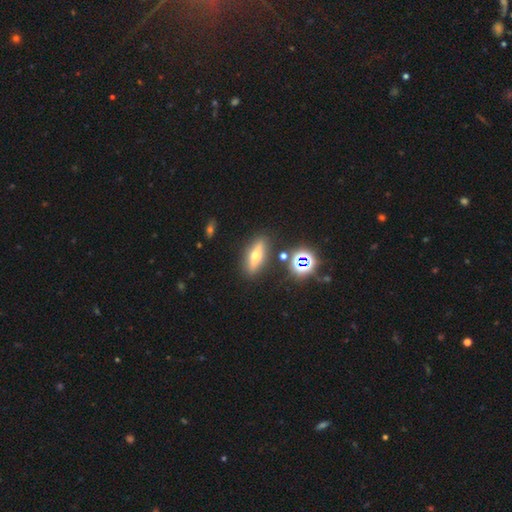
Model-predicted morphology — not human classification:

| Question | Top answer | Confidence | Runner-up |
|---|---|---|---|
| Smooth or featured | featured or disk | 49% | smooth (37%) |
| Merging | none | 86% | minor disturbance (8%) |